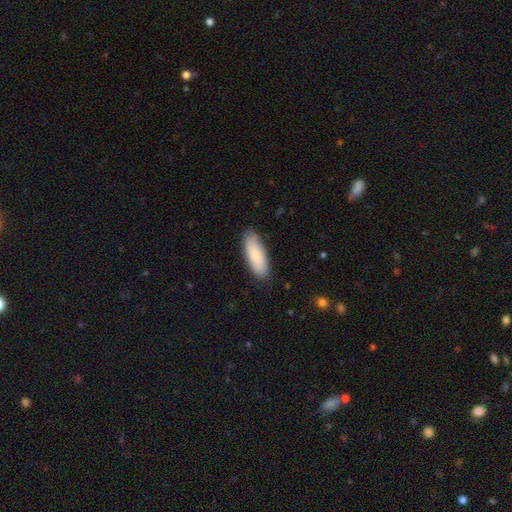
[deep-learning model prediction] Q: Smooth or featured?
A: smooth (82%); runner-up: featured or disk (12%)
Q: How rounded?
A: in between (70%); runner-up: cigar-shaped (28%)
Q: Merging?
A: none (83%); runner-up: minor disturbance (13%)